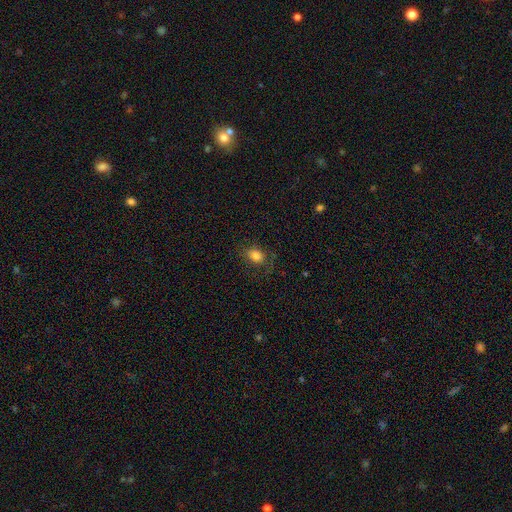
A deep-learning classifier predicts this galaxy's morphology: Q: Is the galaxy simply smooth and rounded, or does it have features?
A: smooth — 82%.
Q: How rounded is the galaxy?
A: in between — 71%.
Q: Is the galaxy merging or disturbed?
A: none — 73%.